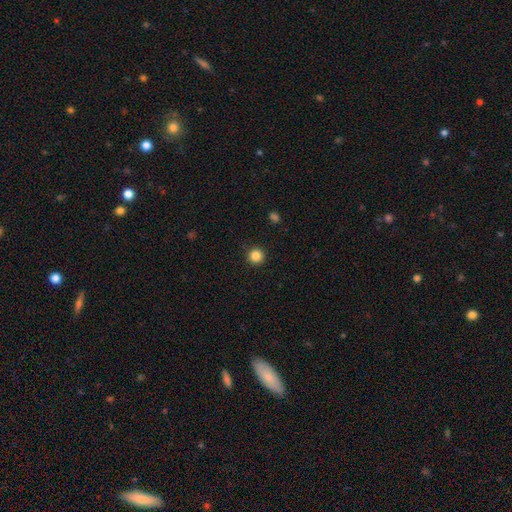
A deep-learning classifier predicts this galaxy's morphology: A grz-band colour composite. It shows a smooth galaxy with no disk features (86%) that is round (96%). Merging: none (92%).